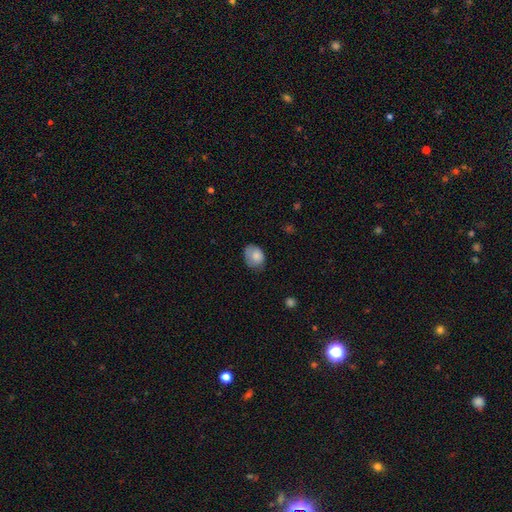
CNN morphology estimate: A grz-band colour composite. It shows a smooth galaxy with no disk features (81%) that is in between round and cigar-shaped (59%). Merging: none (59%).